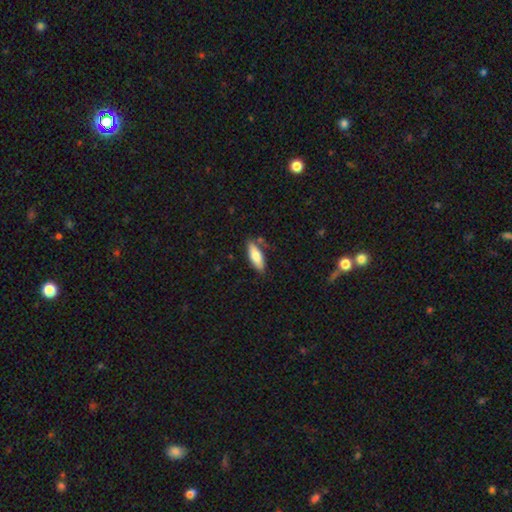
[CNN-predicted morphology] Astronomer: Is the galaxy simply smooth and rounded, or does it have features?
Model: smooth — 75%.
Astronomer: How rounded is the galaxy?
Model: in between — 61% (runner-up: cigar-shaped, 37%).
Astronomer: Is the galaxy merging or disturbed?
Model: none — 77%.